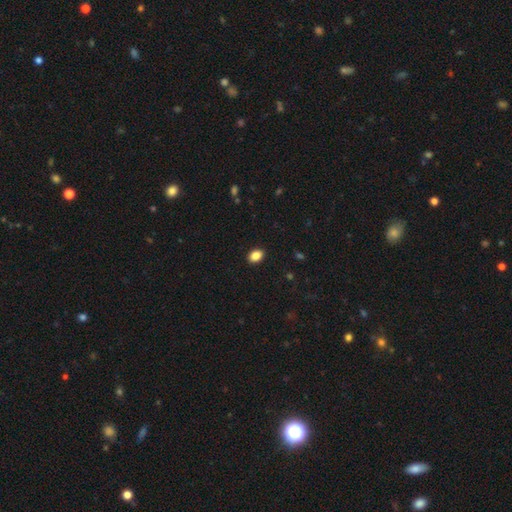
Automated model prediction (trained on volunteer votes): This appears to be a smooth galaxy with no disk features (87%) that is in between round and cigar-shaped (79%). Merging: none (90%).